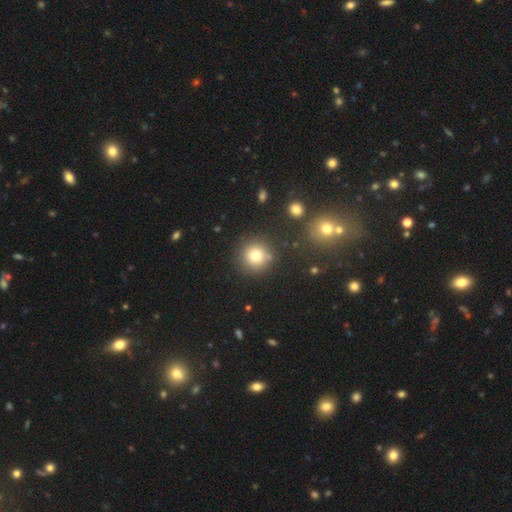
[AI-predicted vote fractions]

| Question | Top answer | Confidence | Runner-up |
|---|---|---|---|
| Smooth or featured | smooth | 76% | star or artifact (14%) |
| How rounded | round | 94% | in between (5%) |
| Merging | none | 83% | minor disturbance (8%) |